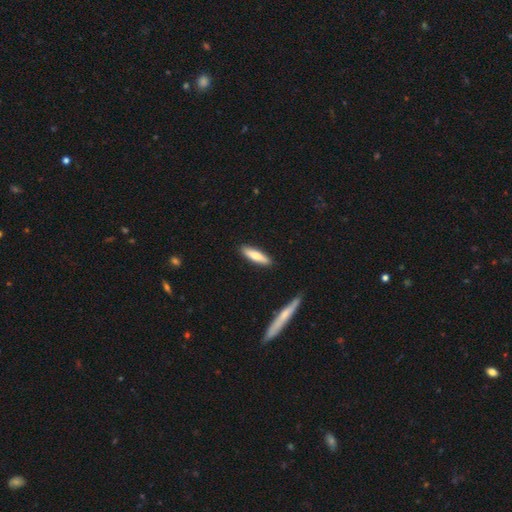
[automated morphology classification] Q: Smooth or featured?
A: smooth (74%); runner-up: featured or disk (21%)
Q: How rounded?
A: cigar-shaped (71%); runner-up: in between (27%)
Q: Merging?
A: none (88%); runner-up: minor disturbance (8%)